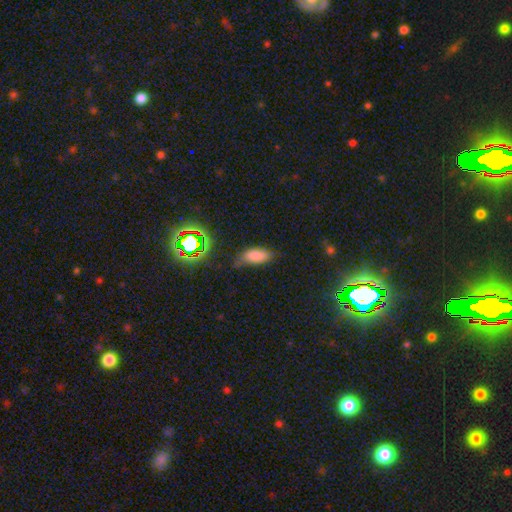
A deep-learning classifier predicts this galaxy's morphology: Smooth or featured? Predicted: smooth (p=0.76). How rounded? Predicted: in between (p=0.86). Merging? Predicted: none (p=0.55).